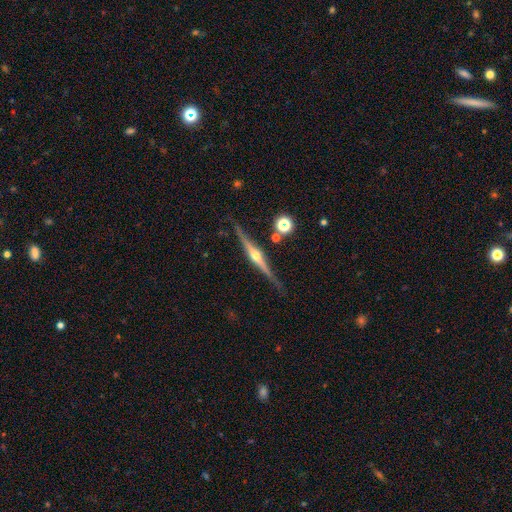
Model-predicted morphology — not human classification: smooth-or-featured: featured or disk: 85% | smooth: 9% | star or artifact: 6%
  disk-edge-on: yes: 98% | no: 2%
    edge-on-bulge: rounded: 93% | boxy: 4% | none: 3%
  merging: none: 86% | minor disturbance: 10% | merger: 2% | major disturbance: 2%